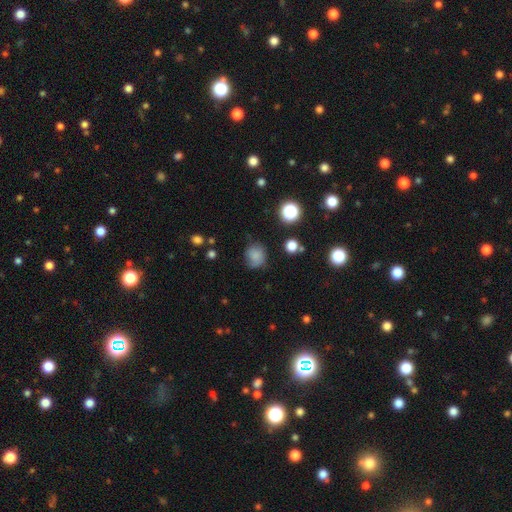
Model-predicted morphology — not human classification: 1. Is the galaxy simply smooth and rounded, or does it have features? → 75% smooth, 14% star or artifact, 12% featured or disk.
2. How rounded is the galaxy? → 76% round, 23% in between, 1% cigar-shaped.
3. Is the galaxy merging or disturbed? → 63% none, 26% minor disturbance, 9% major disturbance, 2% merger.